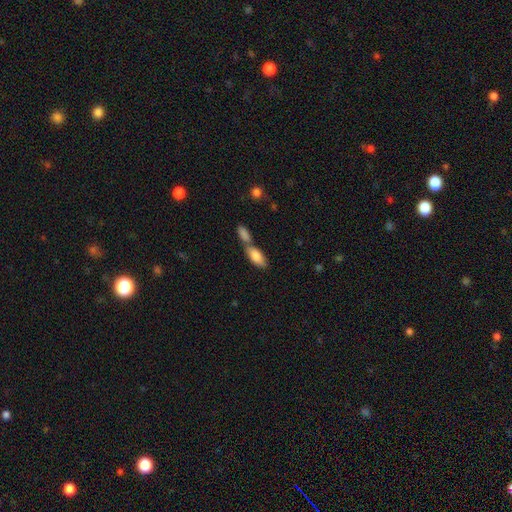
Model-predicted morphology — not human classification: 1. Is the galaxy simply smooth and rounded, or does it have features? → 82% smooth, 11% featured or disk, 6% star or artifact.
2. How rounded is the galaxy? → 84% in between, 14% cigar-shaped, 3% round.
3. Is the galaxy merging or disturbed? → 54% merger, 34% none, 9% minor disturbance, 3% major disturbance.